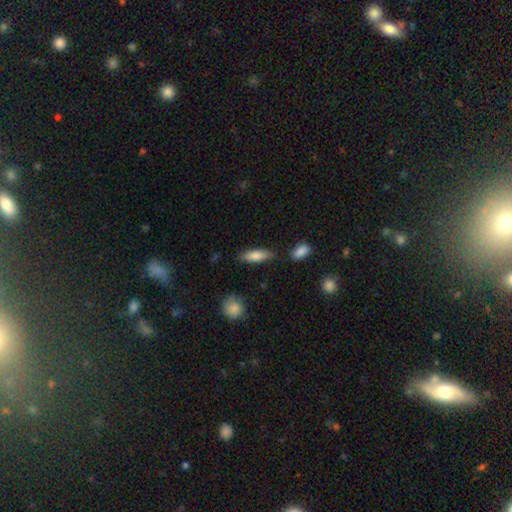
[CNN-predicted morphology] Q: Smooth or featured?
A: smooth (81%); runner-up: featured or disk (13%)
Q: How rounded?
A: in between (52%); runner-up: cigar-shaped (46%)
Q: Merging?
A: none (80%); runner-up: minor disturbance (13%)